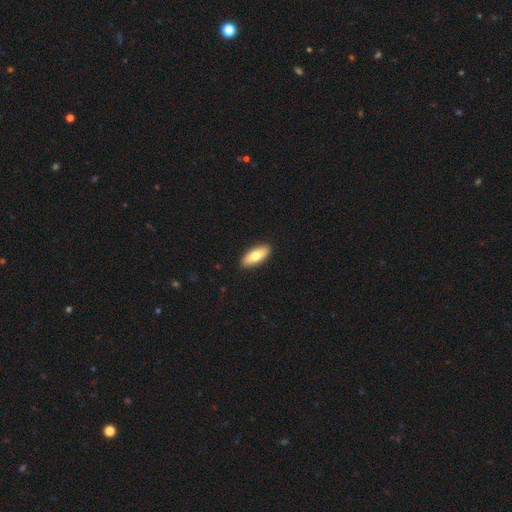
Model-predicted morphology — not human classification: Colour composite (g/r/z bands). It shows a smooth galaxy with no disk features (74%) that is in between round and cigar-shaped (81%). Merging: none (91%).